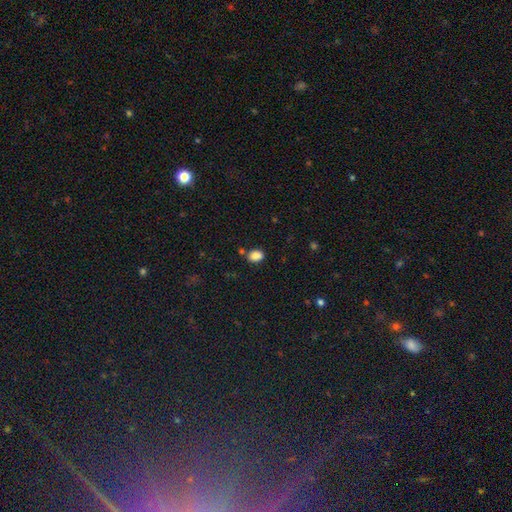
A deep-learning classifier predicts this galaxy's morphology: This is clearly a smooth galaxy (86%). How rounded: likely in between (72%). Merging: likely none (77%).